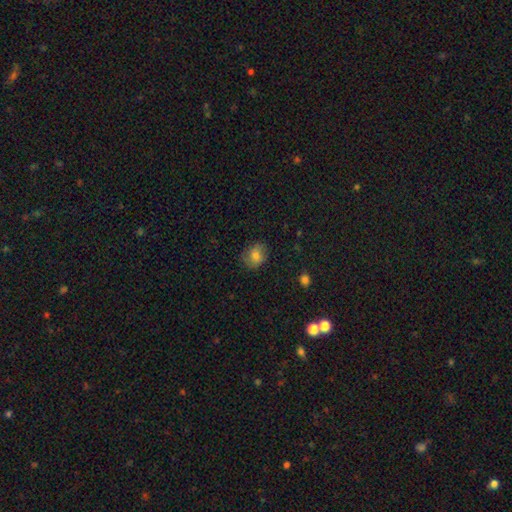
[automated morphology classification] smooth 77%, featured or disk 14%, star or artifact 9%. Down the decision tree: how rounded — round (64%); merging — none (78%).